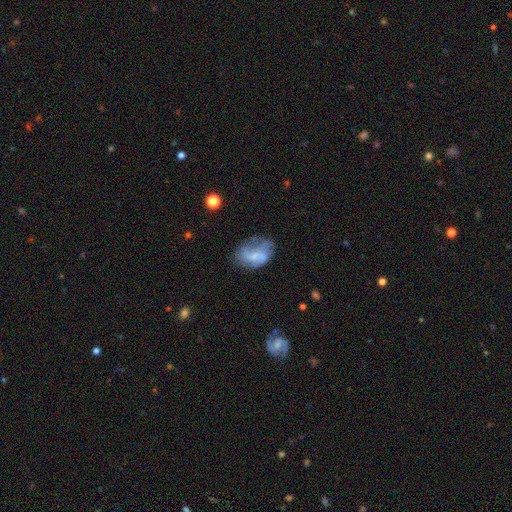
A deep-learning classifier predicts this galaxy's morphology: smooth_or_featured: featured or disk (p=0.58) [alt: smooth p=0.34]
disk_edge_on: no (p=0.97) [alt: yes p=0.03]
bar: no (p=0.51) [alt: weak p=0.39]
has_spiral_arms: yes (p=0.69) [alt: no p=0.31]
bulge_size: small (p=0.52) [alt: none p=0.23]
merging: none (p=0.46) [alt: minor disturbance p=0.28]